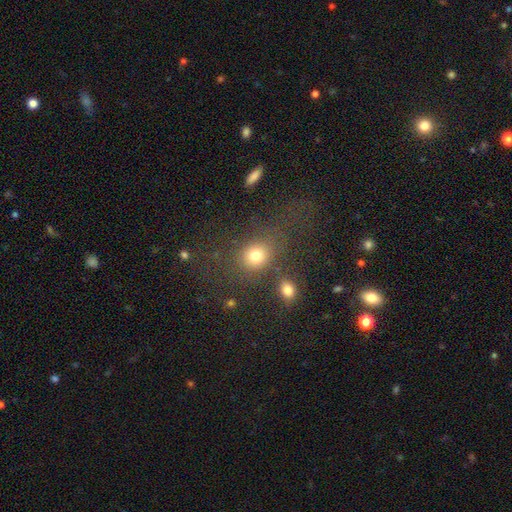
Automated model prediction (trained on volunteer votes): The model was most divided on "how rounded": round: 65%, in between: 34%, cigar-shaped: 2%. More confident: smooth or featured — smooth (77%); merging — none (67%).